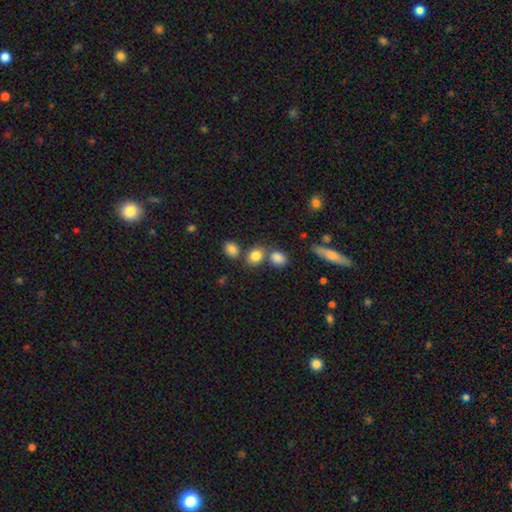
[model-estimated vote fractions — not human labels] Smooth or featured? smooth (82%)
How rounded? round (54%)
Merging? none (57%)